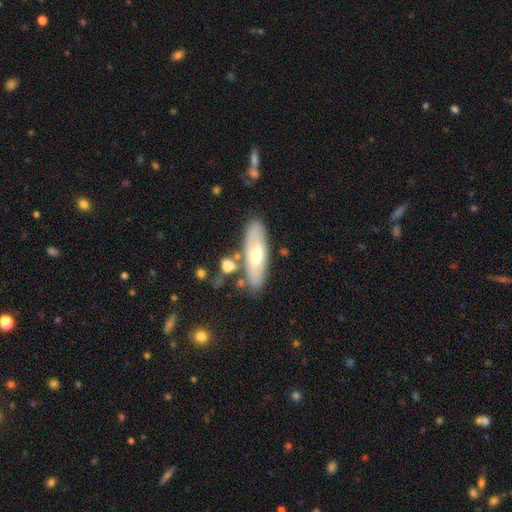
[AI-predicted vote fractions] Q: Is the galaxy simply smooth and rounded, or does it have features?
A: featured or disk — 53%.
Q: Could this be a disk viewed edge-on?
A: no — 62%.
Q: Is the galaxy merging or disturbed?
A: none — 74%.